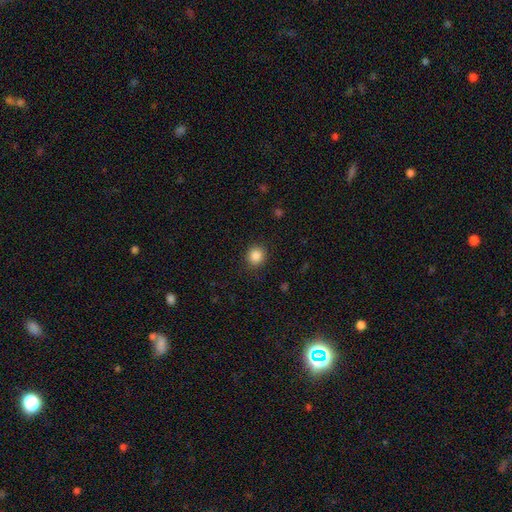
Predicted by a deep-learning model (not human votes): A smooth galaxy with no disk features (86%) that is round (88%). Merging: none (89%).